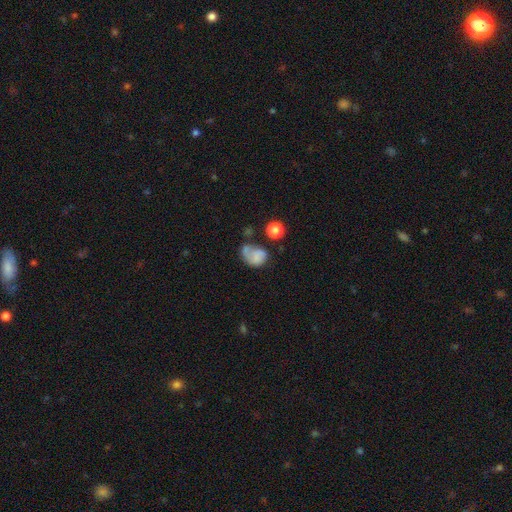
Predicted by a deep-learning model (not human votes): Smooth or featured? Predicted: smooth (p=0.58). How rounded? Predicted: in between (p=0.54). Merging? Predicted: major disturbance (p=0.31).